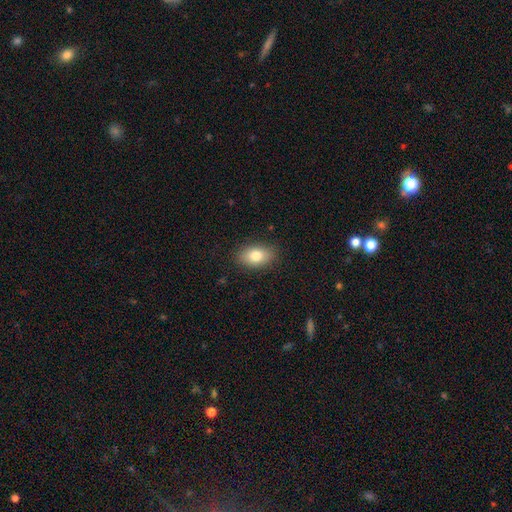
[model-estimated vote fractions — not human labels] smooth-or-featured: smooth: 81% | featured or disk: 11% | star or artifact: 8%
  how-rounded: in between: 88% | round: 10% | cigar-shaped: 2%
  merging: none: 87% | minor disturbance: 10% | major disturbance: 3% | merger: 1%